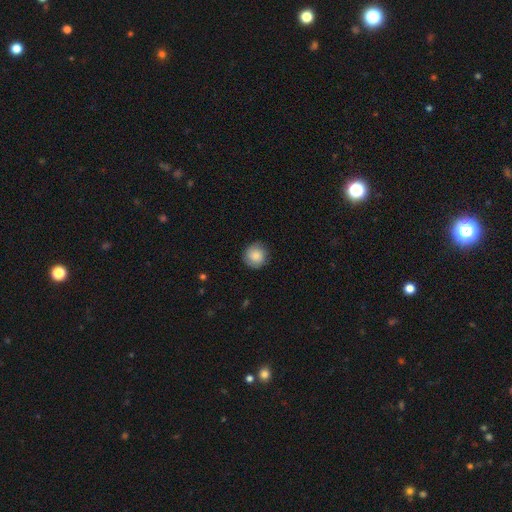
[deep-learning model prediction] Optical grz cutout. It shows a smooth galaxy with no disk features (82%) that is round (93%). Merging: none (83%).